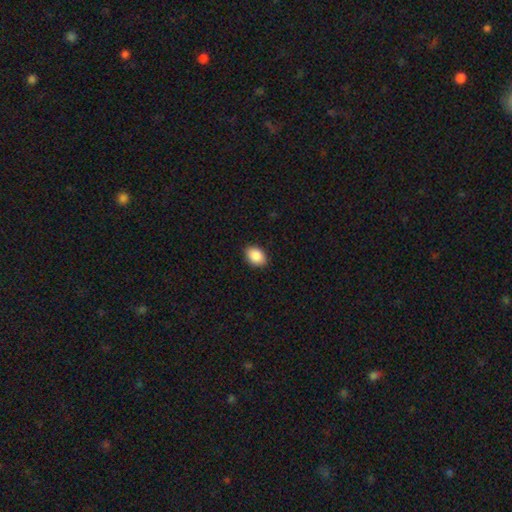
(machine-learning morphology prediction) Smooth or featured? Predicted: smooth (p=0.89). How rounded? Predicted: in between (p=0.77). Merging? Predicted: none (p=0.89).